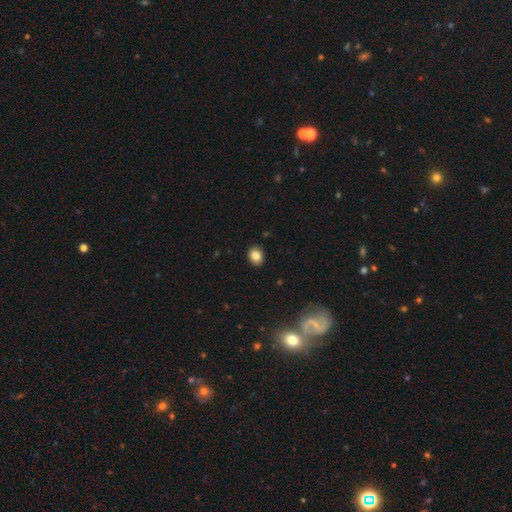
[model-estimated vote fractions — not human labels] smooth-or-featured: smooth: 84% | star or artifact: 10% | featured or disk: 6%
  how-rounded: in between: 52% | round: 47% | cigar-shaped: 1%
  merging: none: 89% | minor disturbance: 8% | major disturbance: 2% | merger: 1%